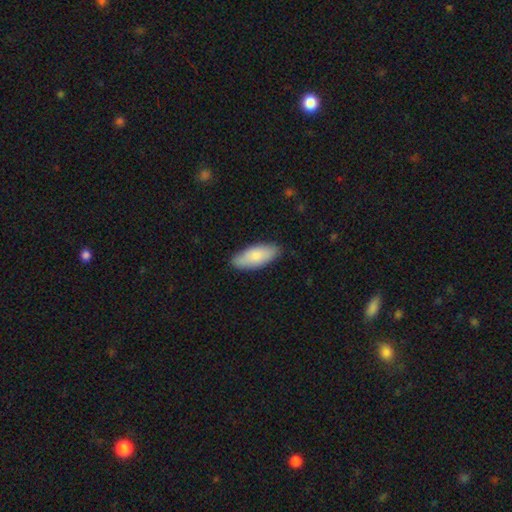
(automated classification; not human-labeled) Smooth or featured?
  - smooth: 81% *
  - featured or disk: 13%
  - star or artifact: 5%
How rounded?
  - in between: 82% *
  - cigar-shaped: 16%
  - round: 2%
Merging?
  - none: 83% *
  - minor disturbance: 13%
  - major disturbance: 2%
  - merger: 1%